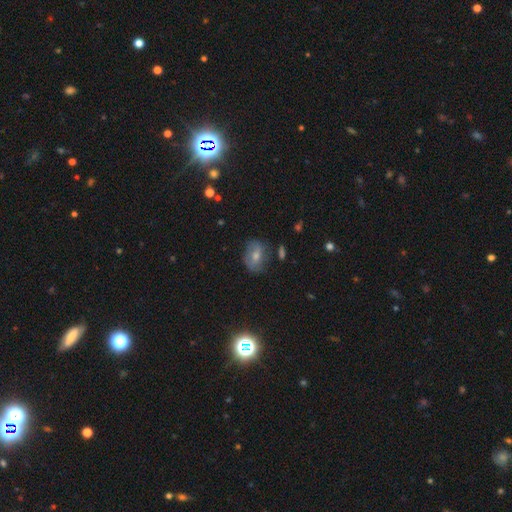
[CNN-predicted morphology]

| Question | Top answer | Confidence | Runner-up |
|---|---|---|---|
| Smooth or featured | smooth | 55% | featured or disk (35%) |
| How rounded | in between | 67% | round (31%) |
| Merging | none | 67% | minor disturbance (23%) |